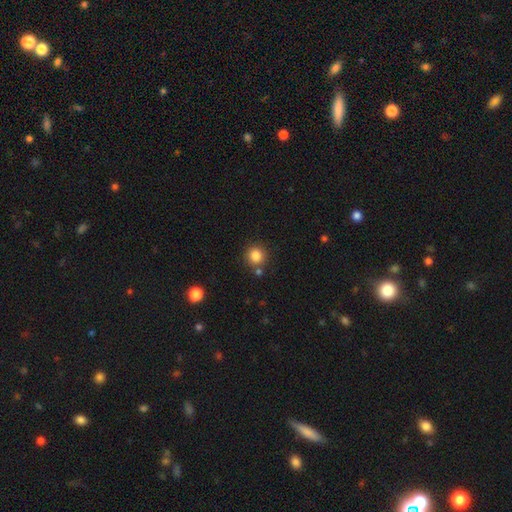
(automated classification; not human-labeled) The model was most divided on "merging": none: 80%, merger: 10%, minor disturbance: 8%, major disturbance: 3%. More confident: how rounded — round (93%); smooth or featured — smooth (84%).